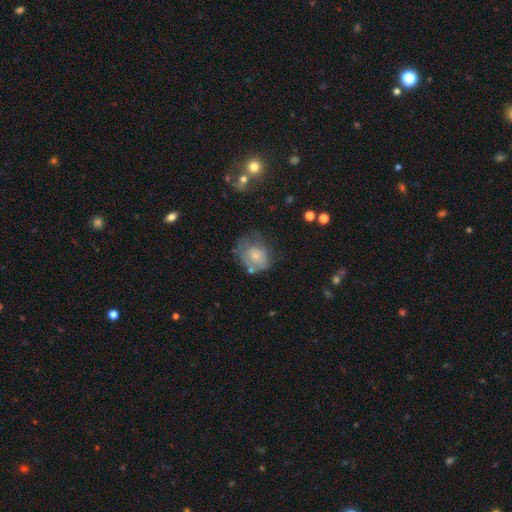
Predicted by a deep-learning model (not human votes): A smooth galaxy with no disk features (57%) that is round (54%). Merging: none (38%).